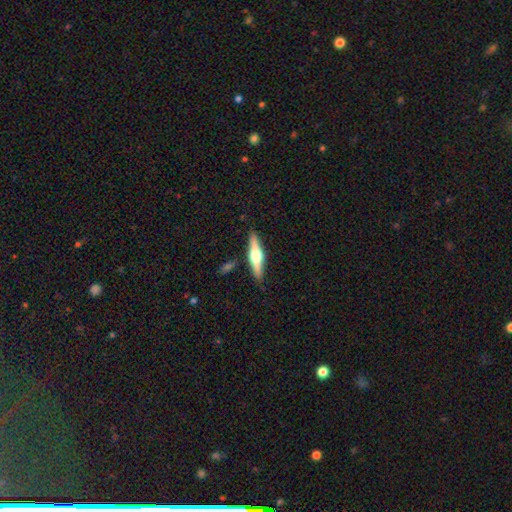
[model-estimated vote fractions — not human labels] Smooth or featured: featured or disk — 65% (smooth — 29%)
Edge-on disk: yes — 97% (no — 3%)
Edge-on bulge: rounded — 95% (boxy — 4%)
Merging: none — 88% (minor disturbance — 8%)